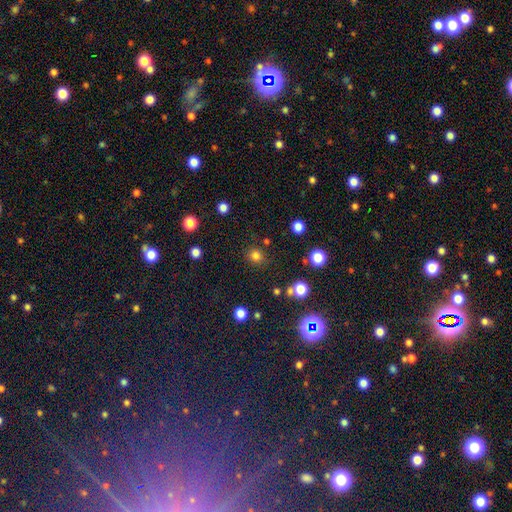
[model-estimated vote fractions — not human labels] smooth 78%, star or artifact 17%, featured or disk 5%. Down the decision tree: how rounded — round (88%); merging — none (86%).